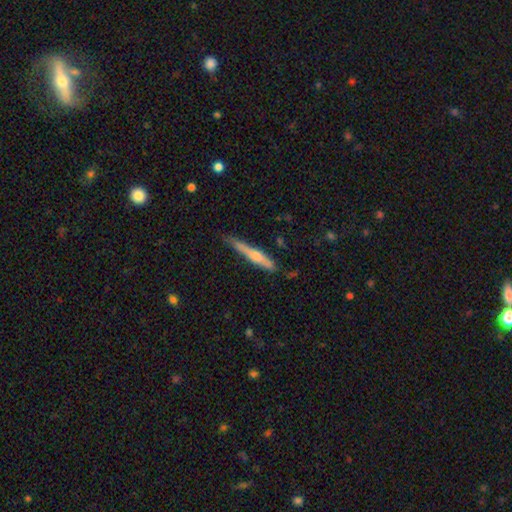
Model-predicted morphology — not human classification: type=featured or disk (49%); merging=none (69%).